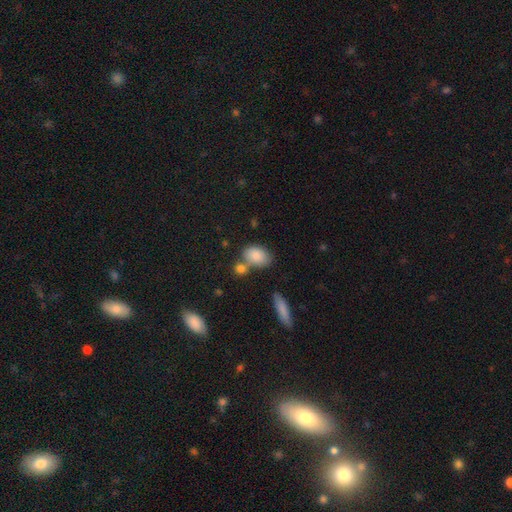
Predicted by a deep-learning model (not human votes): Overall: smooth (85%). How rounded: in between (84%). Merging: none (55%; merger 24%).